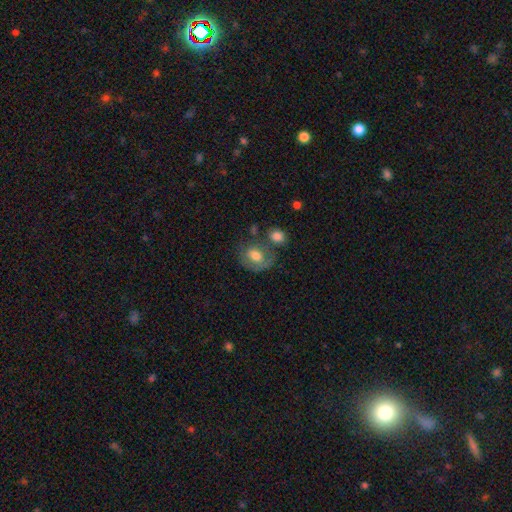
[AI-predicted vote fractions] Smooth or featured? Predicted: smooth (p=0.65). How rounded? Predicted: in between (p=0.57). Merging? Predicted: none (p=0.45).